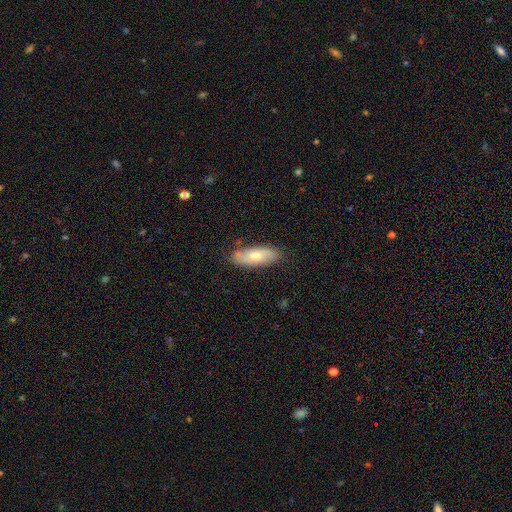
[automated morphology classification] This appears to be a smooth galaxy with no disk features (59%) that is in between round and cigar-shaped (72%). Merging: none (81%).